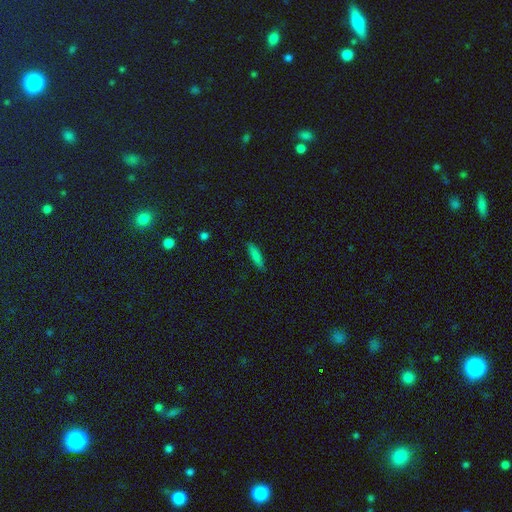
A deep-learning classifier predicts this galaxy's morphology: smooth-or-featured: smooth: 81% | featured or disk: 10% | star or artifact: 8%
  how-rounded: cigar-shaped: 73% | in between: 26% | round: 2%
  merging: none: 84% | minor disturbance: 13% | major disturbance: 2% | merger: 1%